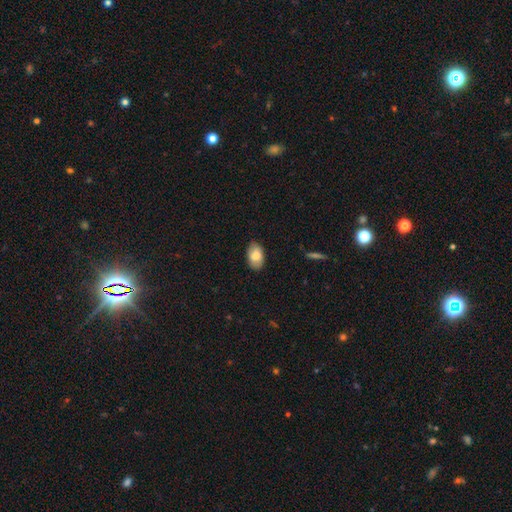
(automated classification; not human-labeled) This is likely a smooth galaxy (79%). How rounded: clearly in between (93%). Merging: clearly none (84%).